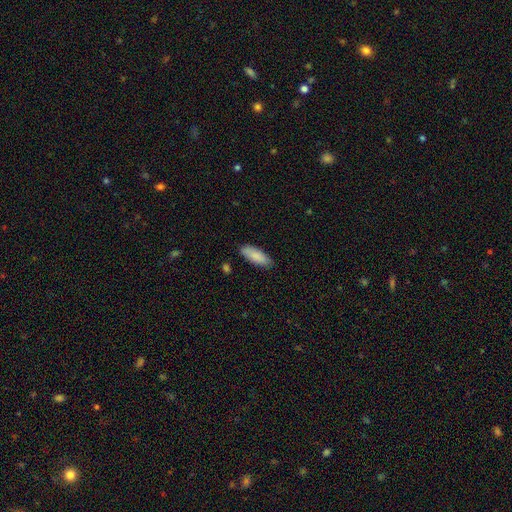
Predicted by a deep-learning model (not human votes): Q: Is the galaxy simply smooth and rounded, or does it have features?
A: smooth — 87%.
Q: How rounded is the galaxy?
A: in between — 66%.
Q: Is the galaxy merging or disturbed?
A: none — 84%.